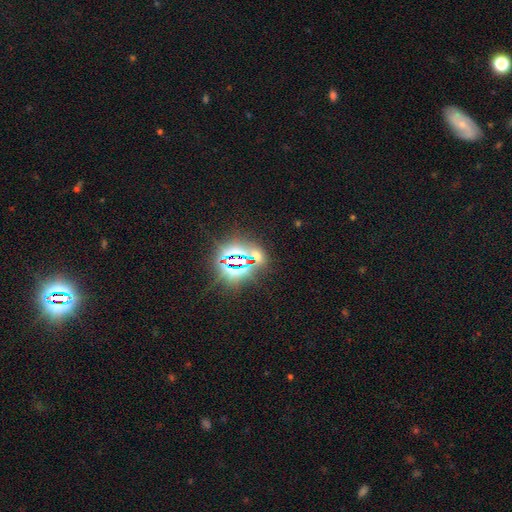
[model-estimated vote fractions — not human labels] Smooth or featured? star or artifact (73%)